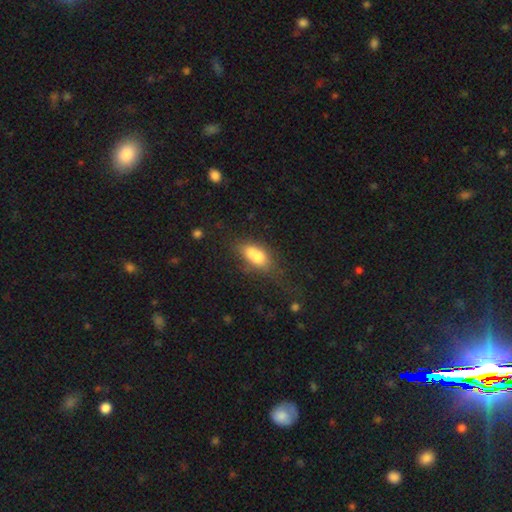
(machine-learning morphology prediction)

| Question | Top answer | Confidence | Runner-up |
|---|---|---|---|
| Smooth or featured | smooth | 67% | featured or disk (23%) |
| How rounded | in between | 76% | round (17%) |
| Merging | merger | 49% | none (26%) |